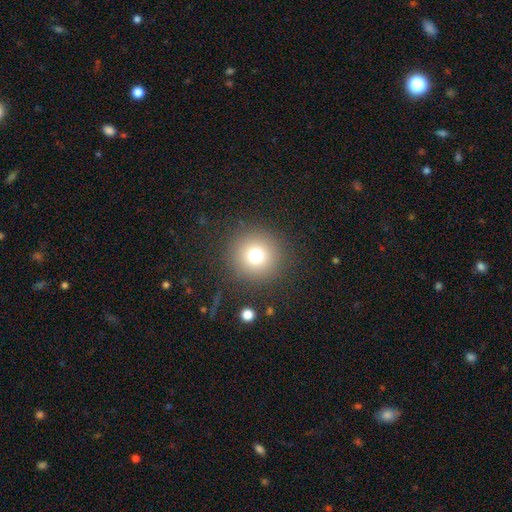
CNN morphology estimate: This is likely a smooth galaxy (73%). How rounded: clearly round (96%). Merging: clearly none (89%).